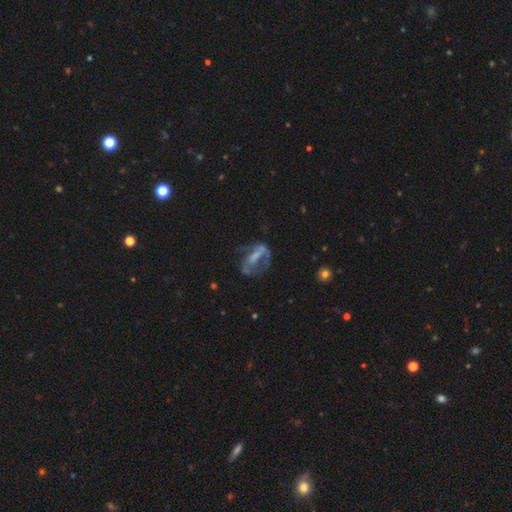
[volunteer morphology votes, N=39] Overall: featured or disk (67%; smooth 28%). Edge-on disk: no (88%). Bar: strong (57%; weak 26%). Spiral arms: yes (83%). Spiral arm count: 2 (42%; can't tell 32%). Spiral winding: medium (47%; tight 32%). Bulge size: none (48%; small 26%). Merging: major disturbance (38%; none 35%).